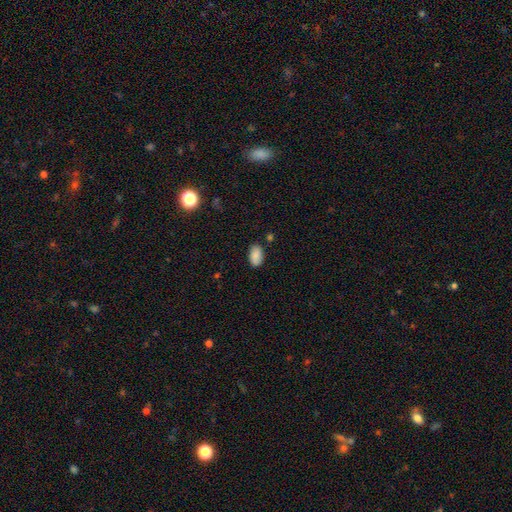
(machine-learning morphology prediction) Q: Smooth or featured?
A: smooth (86%); runner-up: star or artifact (8%)
Q: How rounded?
A: in between (93%); runner-up: round (5%)
Q: Merging?
A: none (82%); runner-up: minor disturbance (13%)